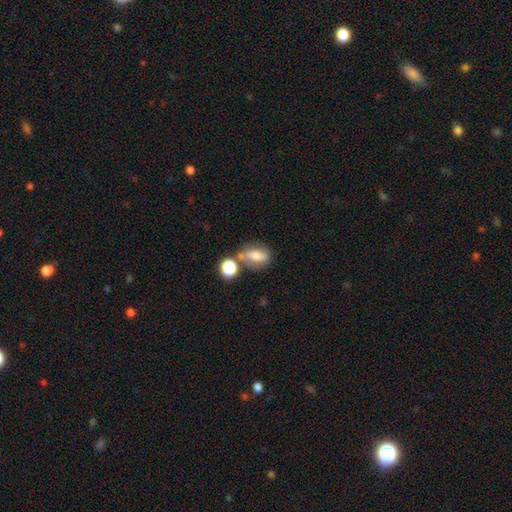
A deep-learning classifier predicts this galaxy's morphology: This appears to be a smooth galaxy with no disk features (62%) that is in between round and cigar-shaped (68%). Merging: none (52%).